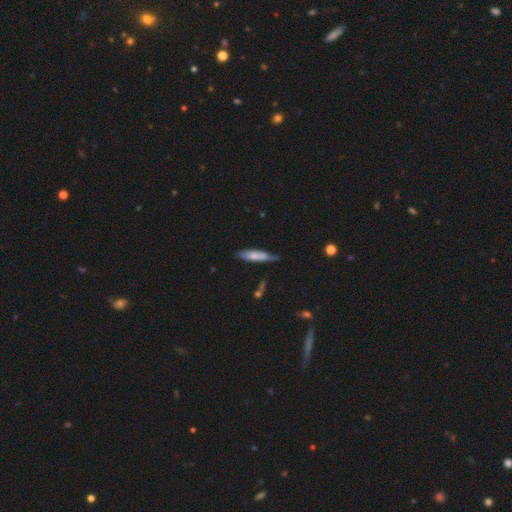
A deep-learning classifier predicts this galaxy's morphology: This appears to be a smooth galaxy with no disk features (65%) that is cigar-shaped (72%). Merging: none (55%).